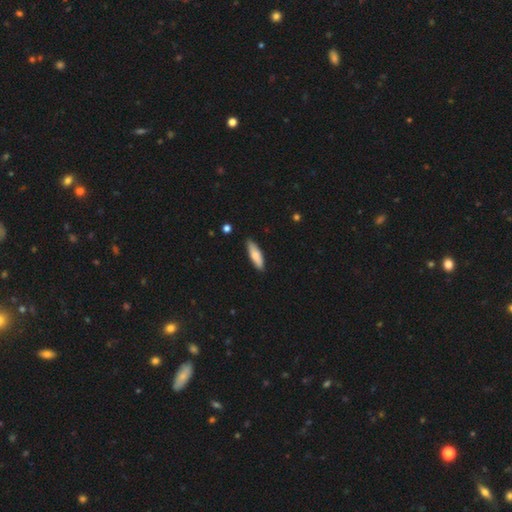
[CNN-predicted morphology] The model was most divided on "how rounded": cigar-shaped: 58%, in between: 41%, round: 2%. More confident: merging — none (86%); smooth or featured — smooth (78%).